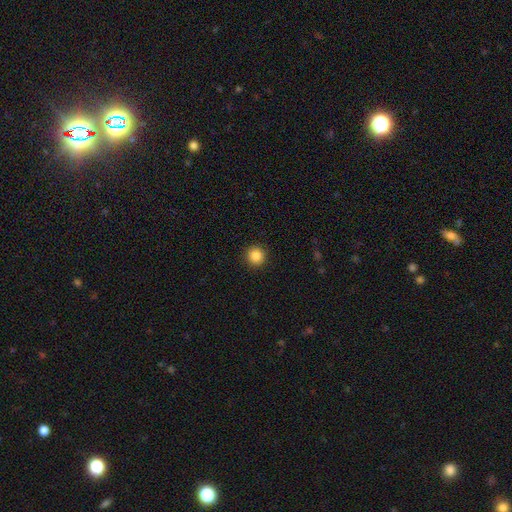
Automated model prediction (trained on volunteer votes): Q: Smooth or featured?
A: smooth (87%); runner-up: star or artifact (10%)
Q: How rounded?
A: round (96%); runner-up: in between (4%)
Q: Merging?
A: none (93%); runner-up: minor disturbance (4%)